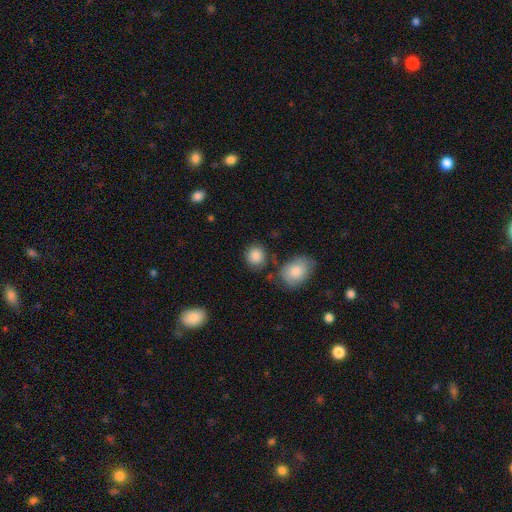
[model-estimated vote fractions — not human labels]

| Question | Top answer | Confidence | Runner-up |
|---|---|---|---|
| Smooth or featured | smooth | 87% | star or artifact (8%) |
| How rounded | round | 82% | in between (17%) |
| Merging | none | 76% | minor disturbance (12%) |